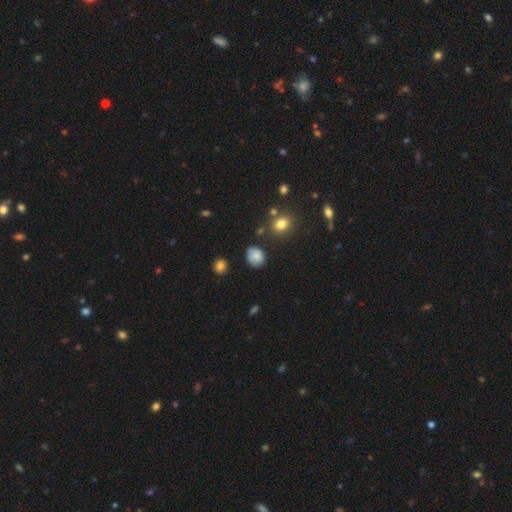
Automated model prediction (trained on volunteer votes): The model was most divided on "how rounded": in between: 54%, round: 45%, cigar-shaped: 1%. More confident: smooth or featured — smooth (82%); merging — none (70%).